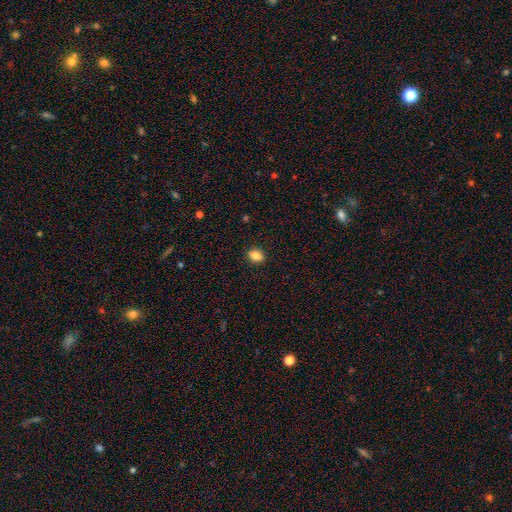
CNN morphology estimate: Q: Smooth or featured?
A: smooth (84%); runner-up: star or artifact (10%)
Q: How rounded?
A: in between (64%); runner-up: round (33%)
Q: Merging?
A: none (88%); runner-up: minor disturbance (9%)